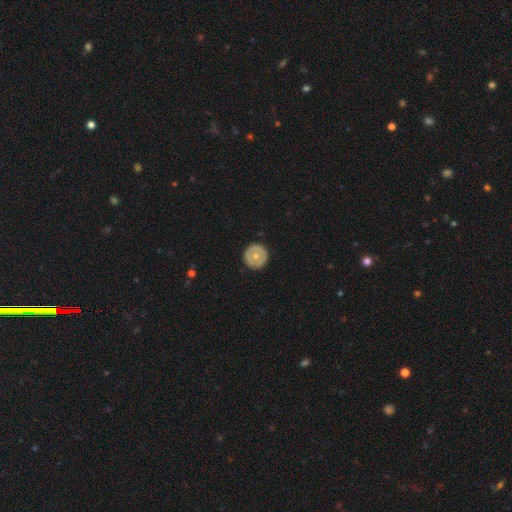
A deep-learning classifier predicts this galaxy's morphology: A smooth galaxy with no disk features (56%) that is round (95%). Merging: none (90%).